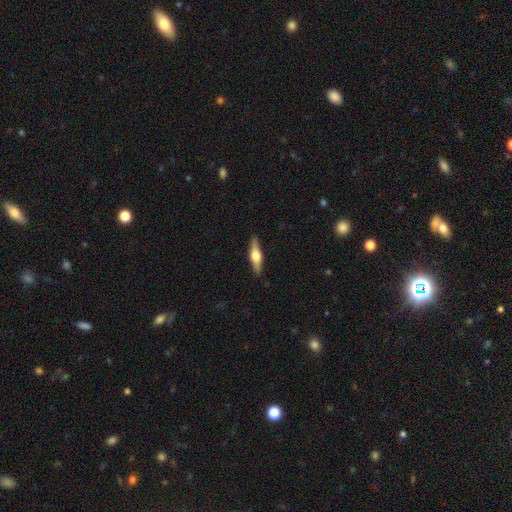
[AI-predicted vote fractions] smooth_or_featured: featured or disk (p=0.59) [alt: smooth p=0.36]
disk_edge_on: yes (p=0.96) [alt: no p=0.04]
edge_on_bulge: rounded (p=0.92) [alt: boxy p=0.06]
merging: none (p=0.89) [alt: minor disturbance p=0.08]